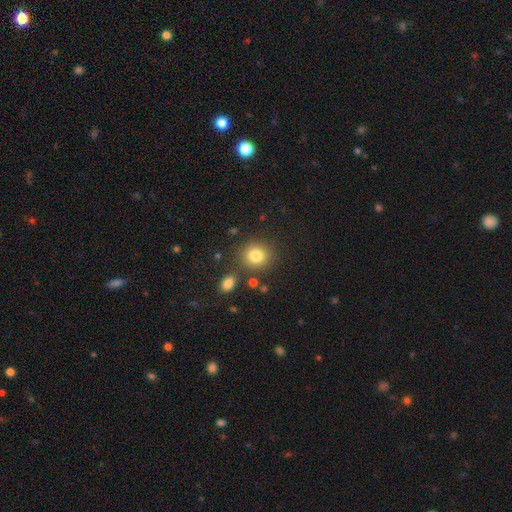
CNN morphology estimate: Smooth or featured: smooth — 82% (star or artifact — 11%)
How rounded: round — 83% (in between — 16%)
Merging: none — 80% (minor disturbance — 10%)